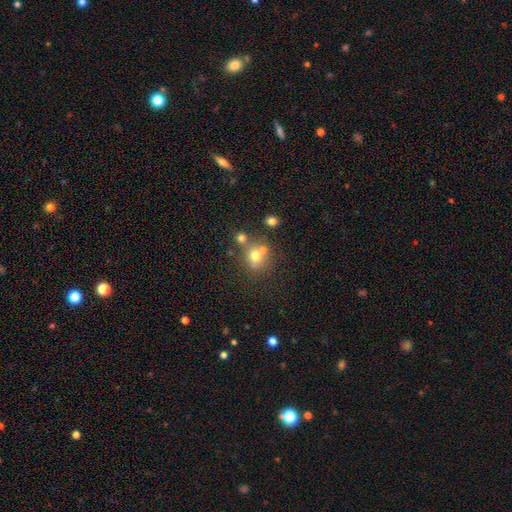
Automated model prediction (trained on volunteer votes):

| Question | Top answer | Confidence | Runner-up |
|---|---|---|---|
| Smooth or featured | smooth | 67% | featured or disk (17%) |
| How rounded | round | 81% | in between (19%) |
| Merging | none | 50% | merger (34%) |